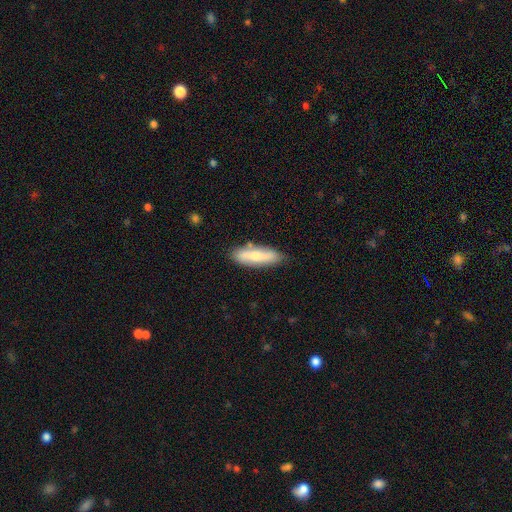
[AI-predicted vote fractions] Smooth or featured: smooth — 64% (featured or disk — 30%)
How rounded: cigar-shaped — 54% (in between — 44%)
Merging: none — 79% (minor disturbance — 15%)